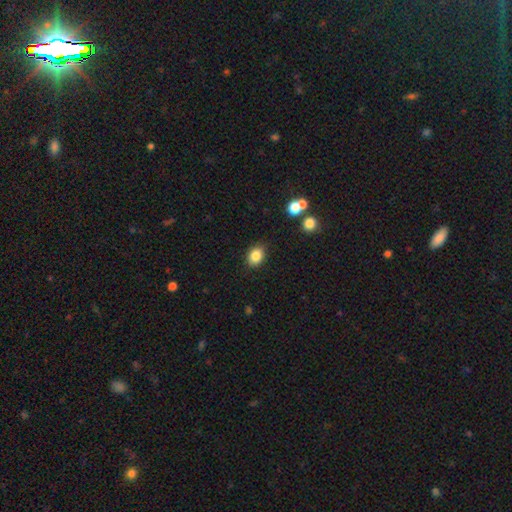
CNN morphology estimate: A smooth galaxy with no disk features (84%) that is in between round and cigar-shaped (62%). Merging: none (84%).